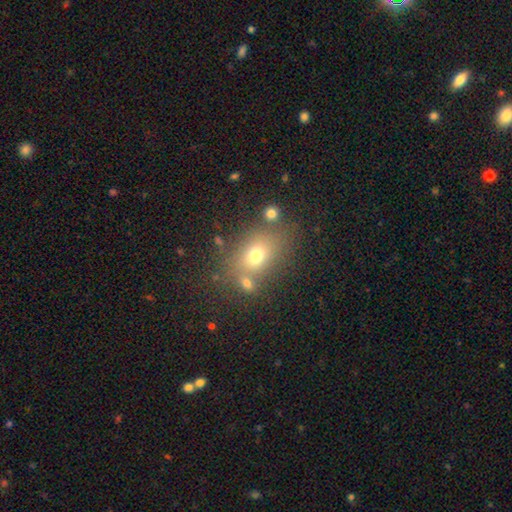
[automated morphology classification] smooth-or-featured: smooth: 69% | star or artifact: 16% | featured or disk: 15%
  how-rounded: in between: 67% | round: 32% | cigar-shaped: 2%
  merging: none: 64% | merger: 16% | minor disturbance: 13% | major disturbance: 6%